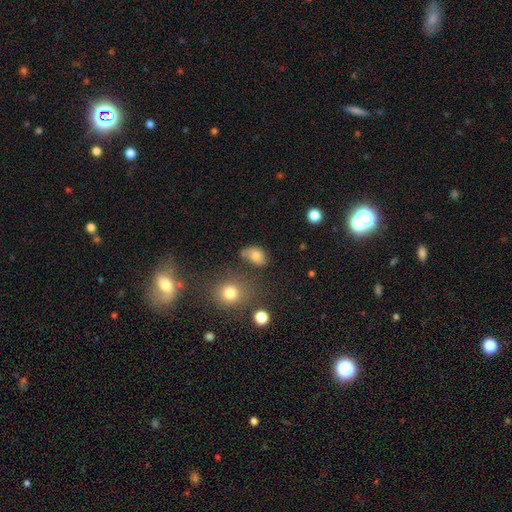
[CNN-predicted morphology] Q: Smooth or featured?
A: smooth (75%); runner-up: star or artifact (14%)
Q: How rounded?
A: in between (75%); runner-up: round (23%)
Q: Merging?
A: none (52%); runner-up: minor disturbance (27%)